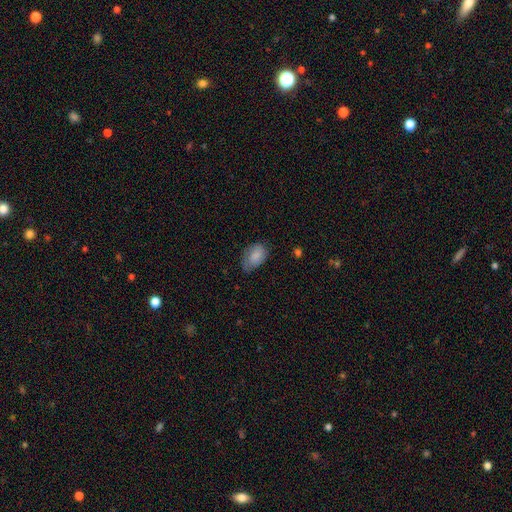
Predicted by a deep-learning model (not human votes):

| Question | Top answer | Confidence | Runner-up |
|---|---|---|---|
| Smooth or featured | smooth | 77% | featured or disk (16%) |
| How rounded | in between | 89% | round (10%) |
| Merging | none | 57% | minor disturbance (33%) |